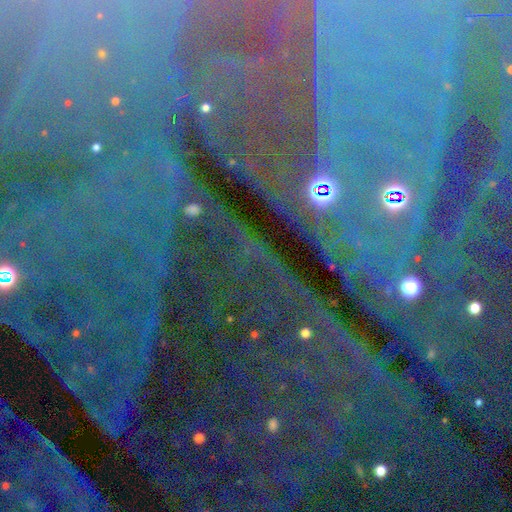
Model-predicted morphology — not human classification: A star or artifact, not a galaxy (84%).